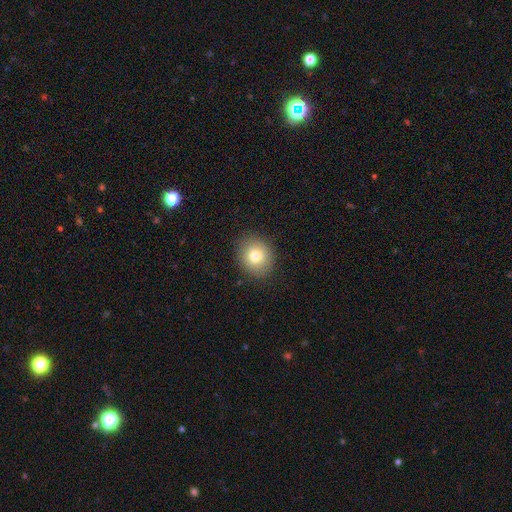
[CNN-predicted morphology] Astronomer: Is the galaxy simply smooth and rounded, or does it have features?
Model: smooth — 76%.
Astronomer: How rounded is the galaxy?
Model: round — 75%.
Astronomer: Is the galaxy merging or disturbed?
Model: none — 88%.